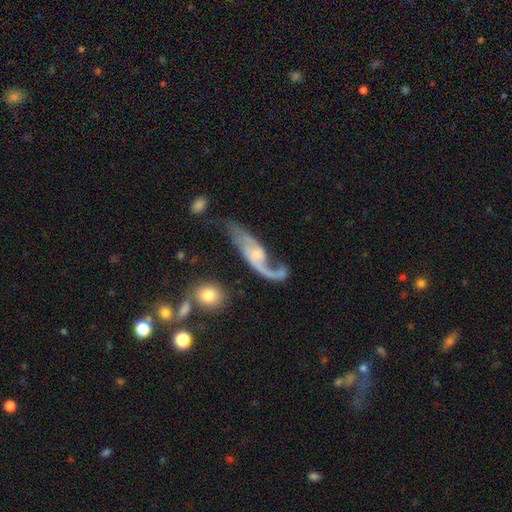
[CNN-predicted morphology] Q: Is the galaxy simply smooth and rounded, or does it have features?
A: featured or disk — 81%.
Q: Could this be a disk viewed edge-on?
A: no — 89%.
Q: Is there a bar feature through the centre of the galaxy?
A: no — 62%.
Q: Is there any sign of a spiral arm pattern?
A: yes — 91%.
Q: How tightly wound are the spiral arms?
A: loose — 71%.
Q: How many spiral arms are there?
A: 2 — 67%.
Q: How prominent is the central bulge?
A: small — 58%.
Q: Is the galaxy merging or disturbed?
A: none — 38%.